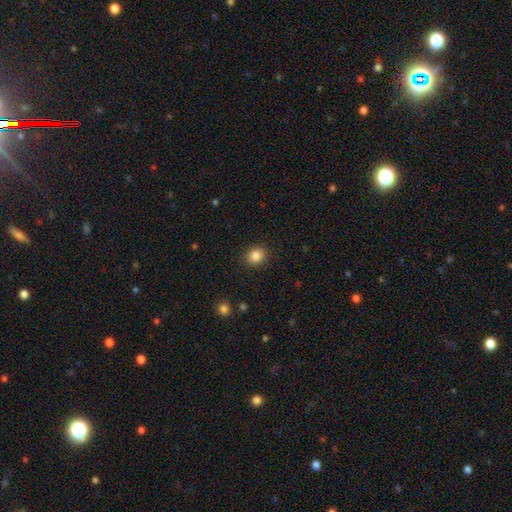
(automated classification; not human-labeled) smooth-or-featured: smooth: 86% | star or artifact: 10% | featured or disk: 4%
  how-rounded: round: 75% | in between: 24% | cigar-shaped: 1%
  merging: none: 90% | minor disturbance: 7% | major disturbance: 2% | merger: 1%